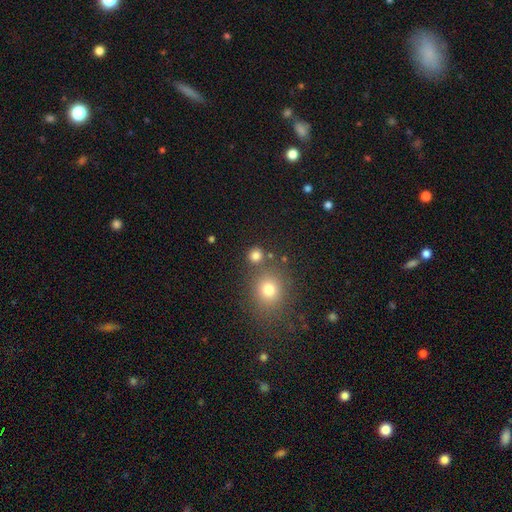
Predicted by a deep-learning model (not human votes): This appears to be a smooth galaxy with no disk features (80%) that is round (89%). Merging: none (78%).